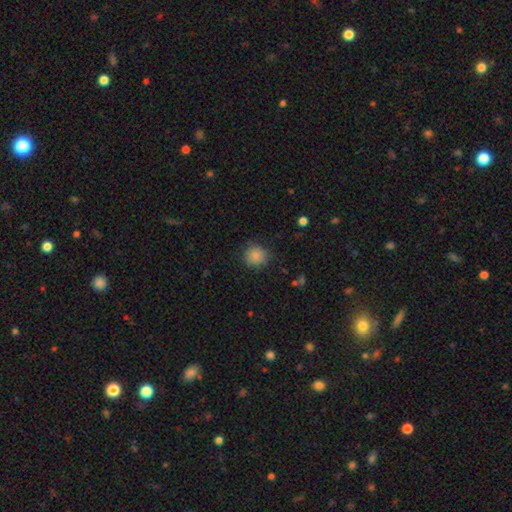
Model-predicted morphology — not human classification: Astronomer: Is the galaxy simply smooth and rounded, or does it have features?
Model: smooth — 86%.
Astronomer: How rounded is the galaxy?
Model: round — 89%.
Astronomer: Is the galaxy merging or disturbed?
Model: none — 85%.